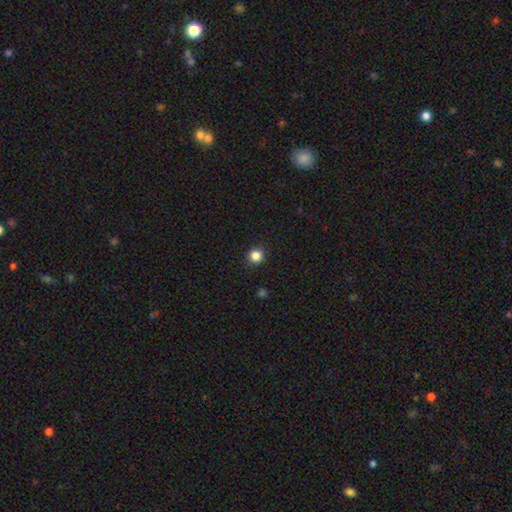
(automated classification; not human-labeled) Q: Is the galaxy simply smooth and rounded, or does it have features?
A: smooth — 85%.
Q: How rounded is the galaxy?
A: round — 93%.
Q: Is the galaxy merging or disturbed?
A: none — 91%.